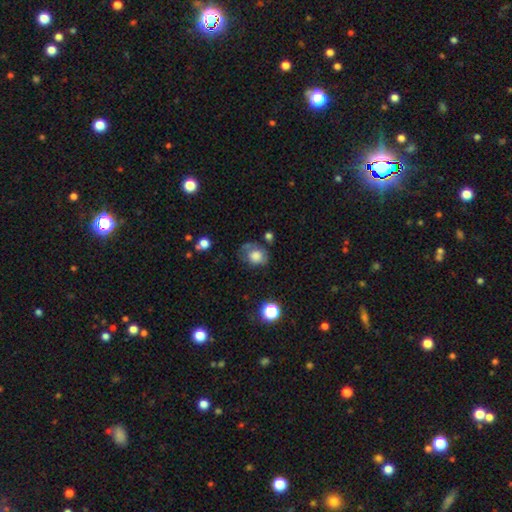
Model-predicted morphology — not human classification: smooth 71%, featured or disk 18%, star or artifact 11%. Down the decision tree: how rounded — round (57%); merging — none (46%).